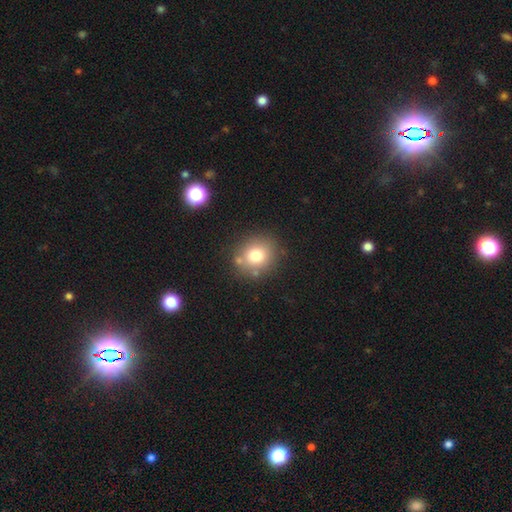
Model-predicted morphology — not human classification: Overall: smooth (76%). How rounded: round (81%). Merging: none (78%).